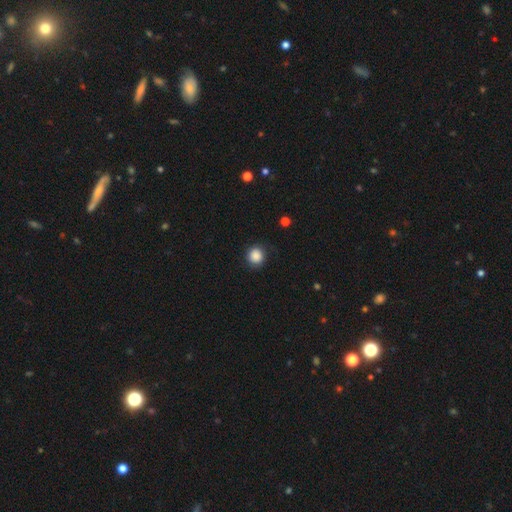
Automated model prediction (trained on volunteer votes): smooth 87%, star or artifact 9%, featured or disk 4%. Down the decision tree: how rounded — round (89%); merging — none (85%).